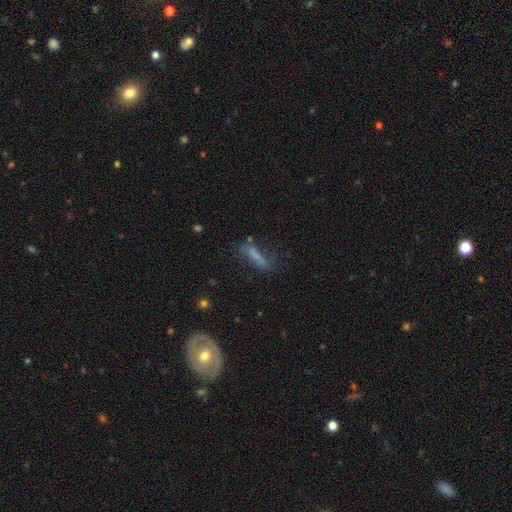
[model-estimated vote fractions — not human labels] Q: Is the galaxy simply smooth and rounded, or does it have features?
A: smooth — 59%.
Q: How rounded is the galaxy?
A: cigar-shaped — 74%.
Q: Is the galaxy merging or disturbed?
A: none — 53%.